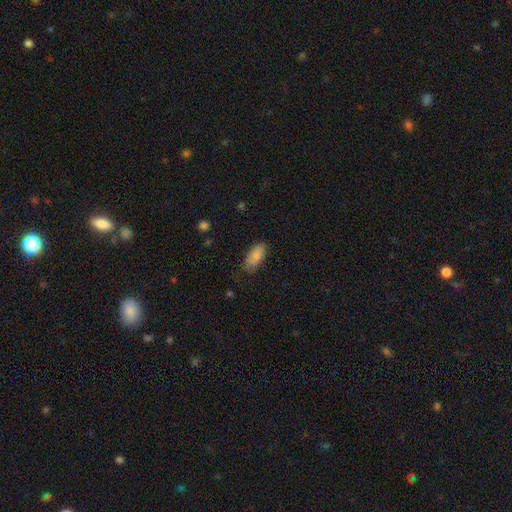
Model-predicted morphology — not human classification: Q: Smooth or featured?
A: smooth (84%); runner-up: featured or disk (10%)
Q: How rounded?
A: in between (91%); runner-up: cigar-shaped (6%)
Q: Merging?
A: none (71%); runner-up: minor disturbance (23%)